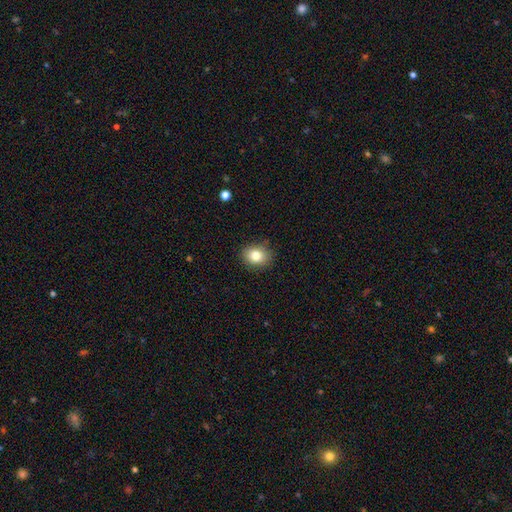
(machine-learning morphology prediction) Smooth or featured? Predicted: smooth (p=0.82). How rounded? Predicted: round (p=0.53). Merging? Predicted: none (p=0.86).